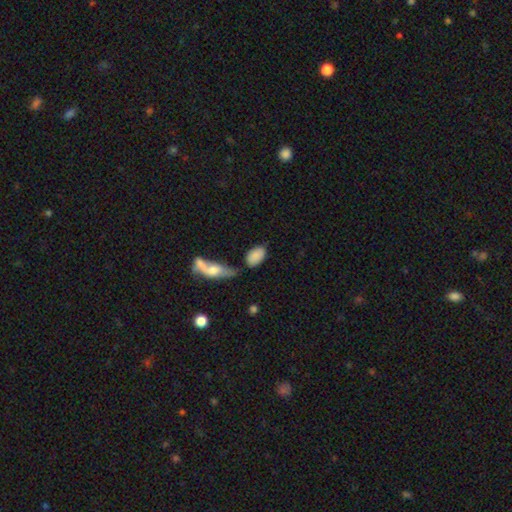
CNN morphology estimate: Smooth or featured? Predicted: smooth (p=0.83). How rounded? Predicted: in between (p=0.93). Merging? Predicted: none (p=0.57).